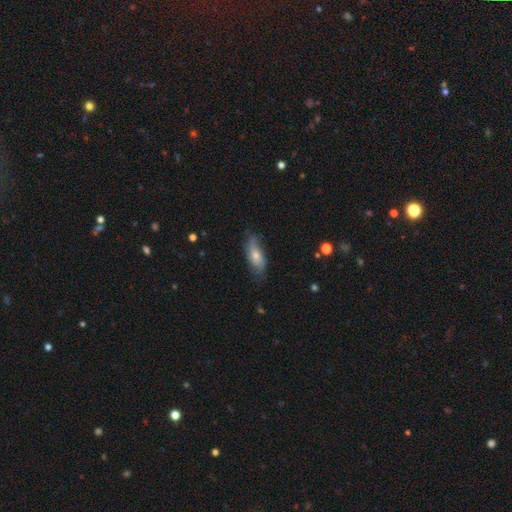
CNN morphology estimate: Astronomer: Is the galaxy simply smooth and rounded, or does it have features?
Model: smooth — 52% (runner-up: featured or disk, 39%).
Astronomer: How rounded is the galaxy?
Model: in between — 70%.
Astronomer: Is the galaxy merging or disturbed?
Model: none — 67%.